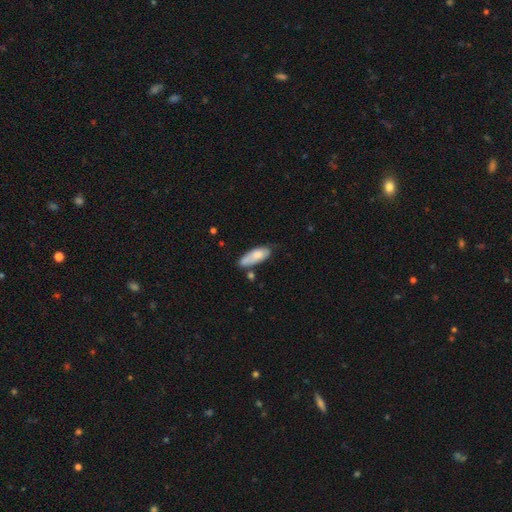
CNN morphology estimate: Smooth or featured? Predicted: smooth (p=0.75). How rounded? Predicted: in between (p=0.72). Merging? Predicted: none (p=0.55).